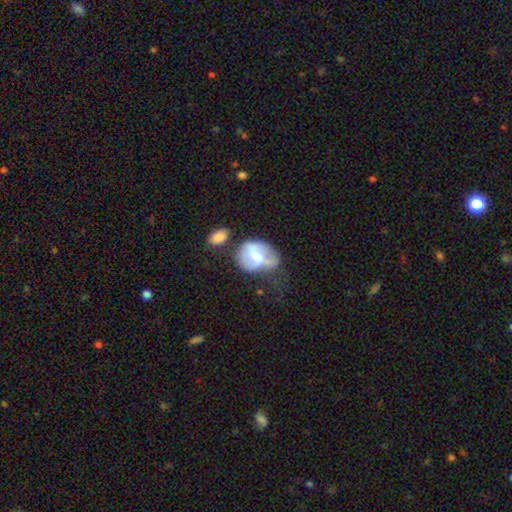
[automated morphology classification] The model was most divided on "merging": none: 30%, minor disturbance: 27%, major disturbance: 23%, merger: 20%. More confident: how rounded — in between (55%); smooth or featured — smooth (52%).